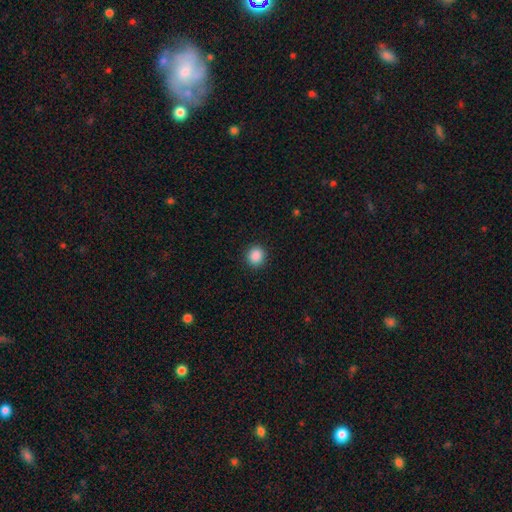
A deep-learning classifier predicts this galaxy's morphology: Smooth or featured? Predicted: smooth (p=0.88). How rounded? Predicted: round (p=0.87). Merging? Predicted: none (p=0.91).